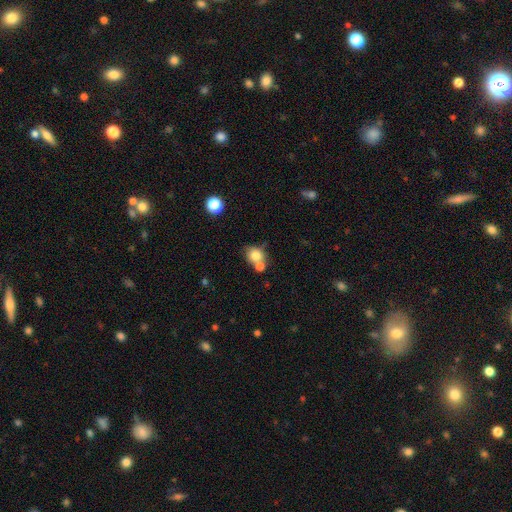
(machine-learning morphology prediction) This appears to be a smooth galaxy with no disk features (79%) that is round (66%). Merging: none (45%).